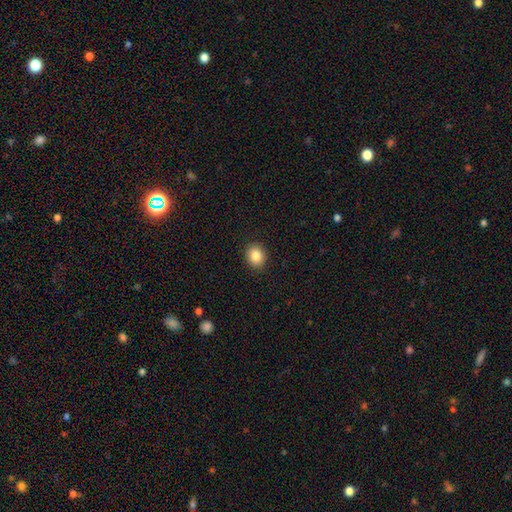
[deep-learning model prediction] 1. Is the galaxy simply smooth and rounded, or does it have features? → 85% smooth, 9% star or artifact, 6% featured or disk.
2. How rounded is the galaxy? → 69% round, 30% in between, 1% cigar-shaped.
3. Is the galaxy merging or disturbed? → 91% none, 6% minor disturbance, 2% major disturbance, 1% merger.